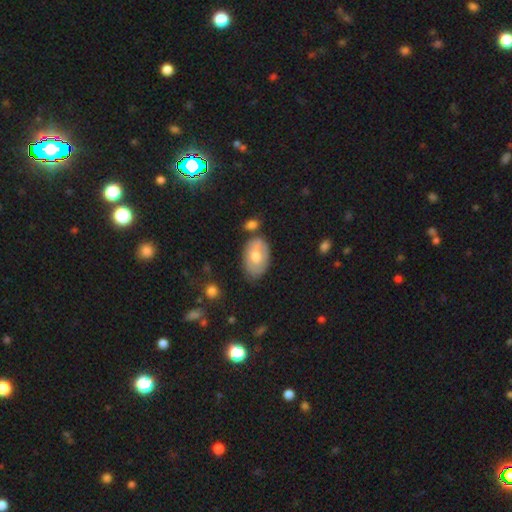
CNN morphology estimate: type=smooth (58%); roundness=in between (90%); merging=none (65%).